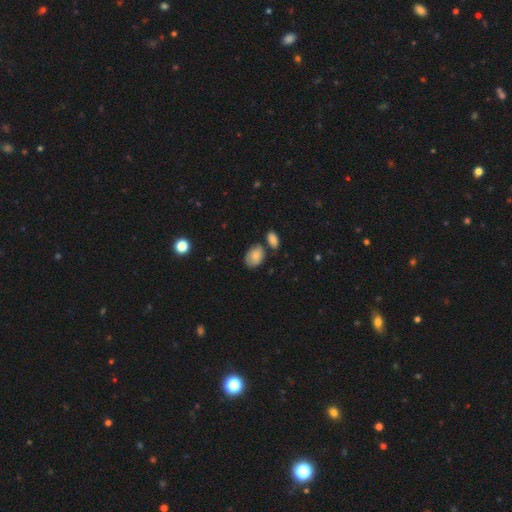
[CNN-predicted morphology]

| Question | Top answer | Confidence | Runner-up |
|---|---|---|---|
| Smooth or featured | smooth | 79% | featured or disk (13%) |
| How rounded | in between | 81% | round (17%) |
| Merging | none | 60% | minor disturbance (21%) |